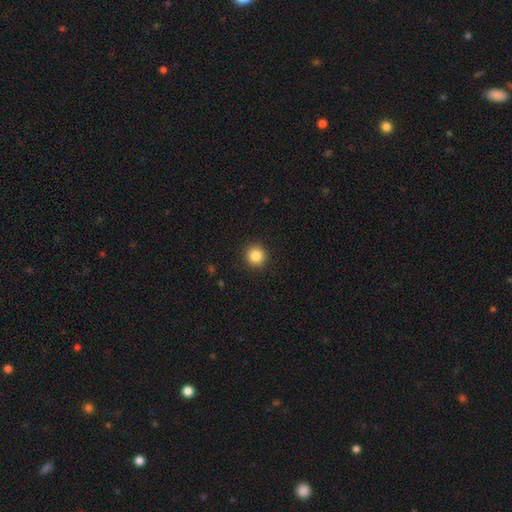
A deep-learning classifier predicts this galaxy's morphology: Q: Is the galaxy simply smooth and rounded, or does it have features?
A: smooth — 86%.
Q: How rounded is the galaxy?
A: round — 94%.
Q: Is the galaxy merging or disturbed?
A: none — 92%.